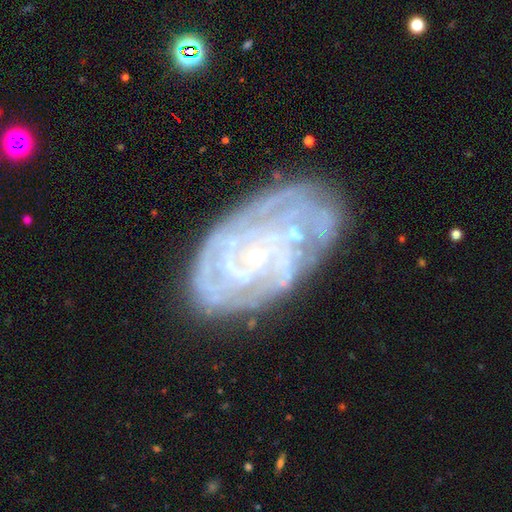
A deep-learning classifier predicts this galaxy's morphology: Smooth or featured? Predicted: featured or disk (p=0.85). Edge-on disk? Predicted: no (p=0.96). Bar? Predicted: no (p=0.69). Spiral arms? Predicted: yes (p=0.94). Spiral winding? Predicted: tight (p=0.77). Spiral arm count? Predicted: can't tell (p=0.34). Bulge size? Predicted: small (p=0.84). Merging? Predicted: none (p=0.68).